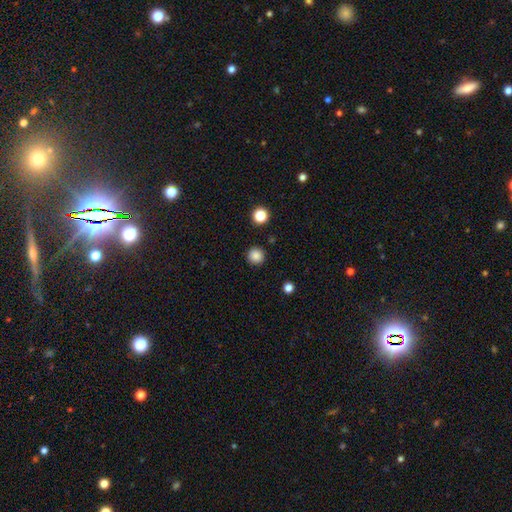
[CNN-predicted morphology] smooth-or-featured: smooth: 86% | star or artifact: 11% | featured or disk: 3%
  how-rounded: round: 96% | in between: 3% | cigar-shaped: 1%
  merging: none: 91% | minor disturbance: 5% | major disturbance: 2% | merger: 2%